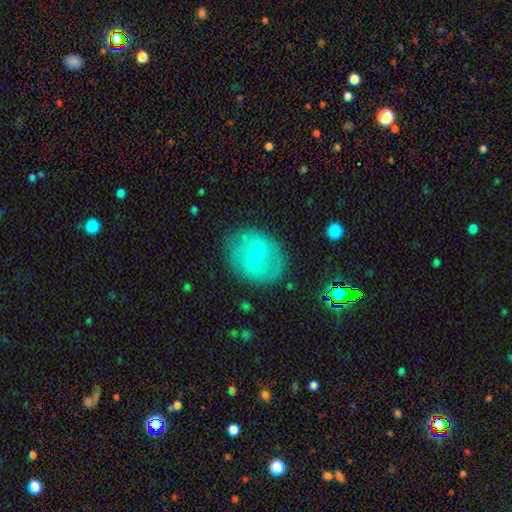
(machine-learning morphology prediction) Smooth or featured? featured or disk (60%)
Edge-on disk? no (91%)
Bar? strong (48%)
Spiral arms? no (67%)
Bulge size? small (48%)
Merging? none (81%)